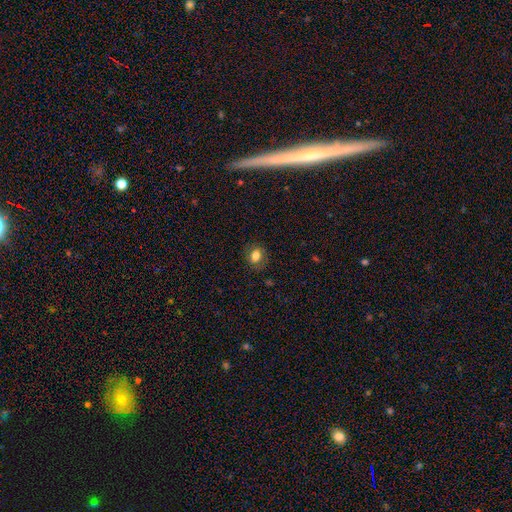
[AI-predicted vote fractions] A smooth galaxy with no disk features (80%) that is in between round and cigar-shaped (55%).

Vote fractions:
- Smooth or featured? smooth: 80% / star or artifact: 10% / featured or disk: 10%
- How rounded? in between: 55% / round: 44% / cigar-shaped: 1%
- Merging? none: 82% / minor disturbance: 13% / major disturbance: 4% / merger: 1%